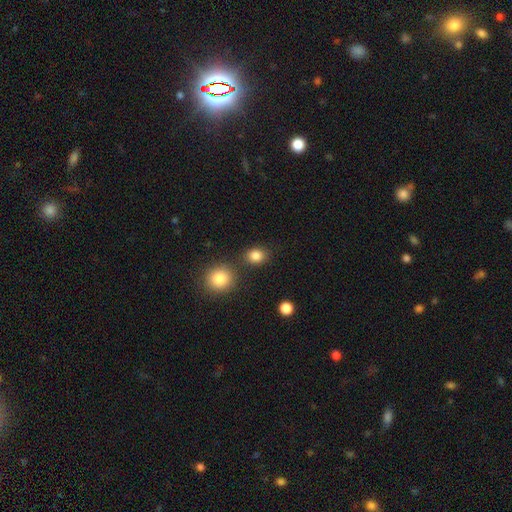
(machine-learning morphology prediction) type=smooth (85%); roundness=round (54%); merging=none (77%).